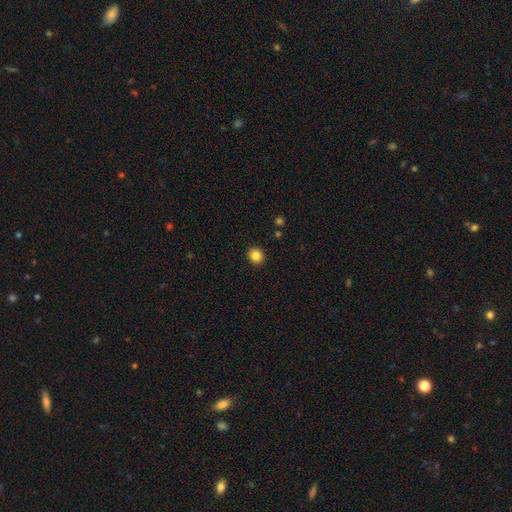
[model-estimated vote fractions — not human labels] Morphology: type=smooth (84%); roundness=round (90%); merging=none (93%).